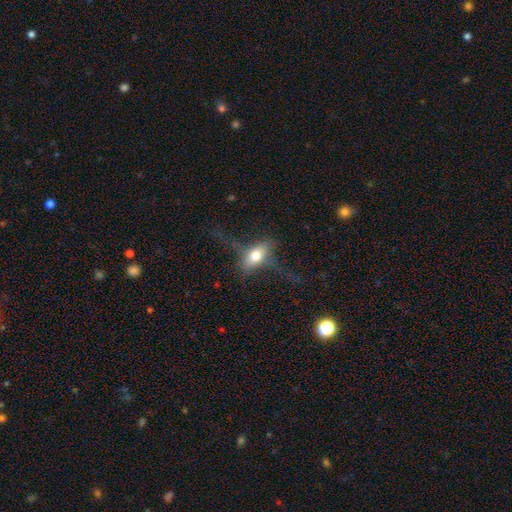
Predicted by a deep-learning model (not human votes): Q: Smooth or featured?
A: smooth (57%); runner-up: featured or disk (33%)
Q: How rounded?
A: in between (78%); runner-up: round (12%)
Q: Merging?
A: none (43%); runner-up: major disturbance (34%)